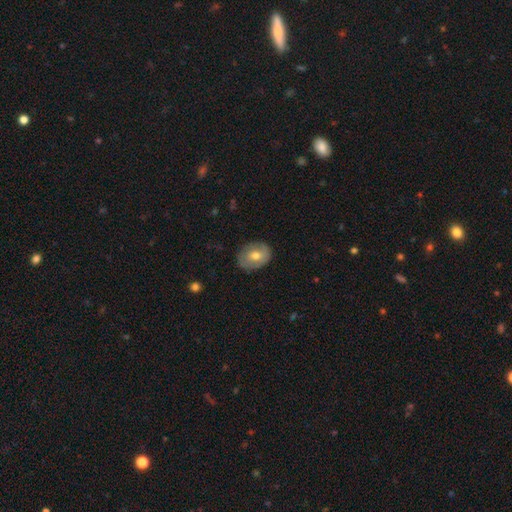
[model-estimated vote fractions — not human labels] smooth 59%, featured or disk 34%, star or artifact 7%. Down the decision tree: how rounded — in between (63%); merging — none (81%).